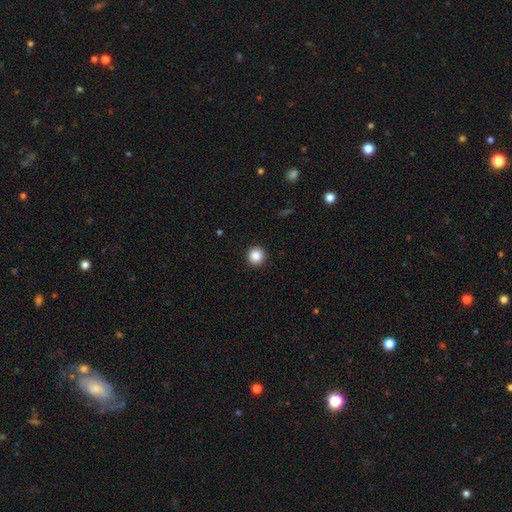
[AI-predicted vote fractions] This is clearly a smooth galaxy (87%). How rounded: clearly round (95%). Merging: clearly none (93%).